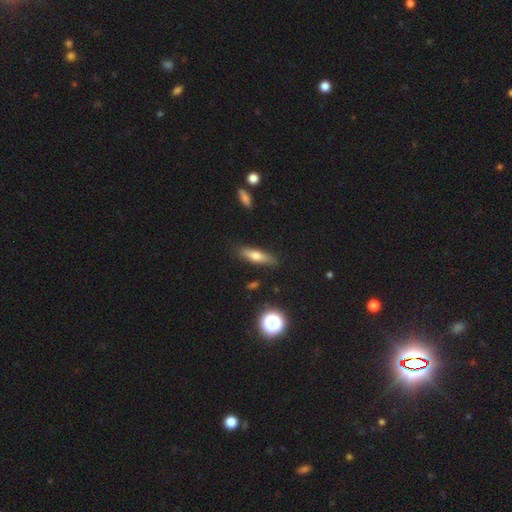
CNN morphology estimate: Smooth or featured: smooth — 61% (featured or disk — 31%)
How rounded: cigar-shaped — 63% (in between — 34%)
Merging: none — 86% (minor disturbance — 10%)